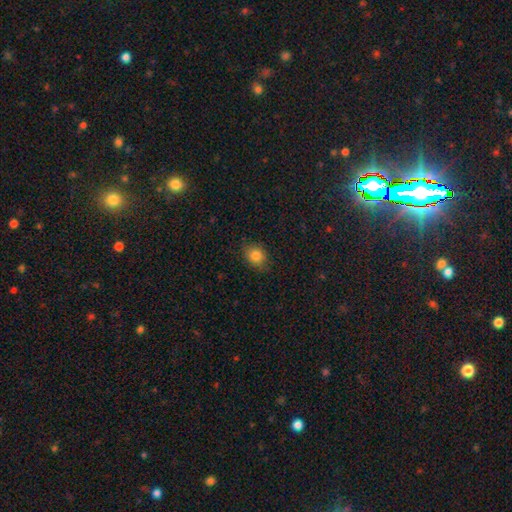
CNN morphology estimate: smooth-or-featured: smooth: 82% | star or artifact: 11% | featured or disk: 7%
  how-rounded: round: 53% | in between: 46% | cigar-shaped: 1%
  merging: none: 82% | minor disturbance: 14% | major disturbance: 3% | merger: 1%